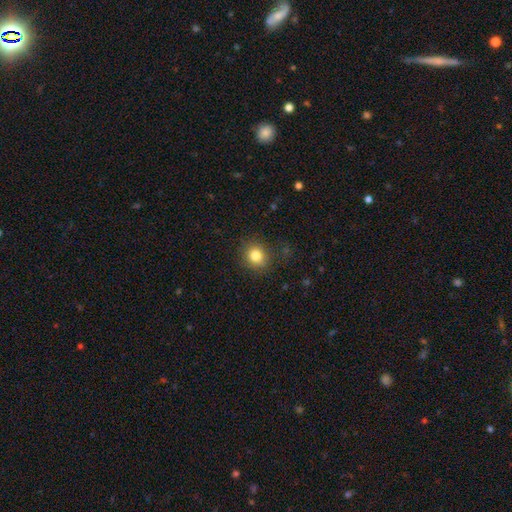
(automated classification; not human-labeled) Morphology: type=smooth (82%); roundness=round (80%); merging=none (85%).